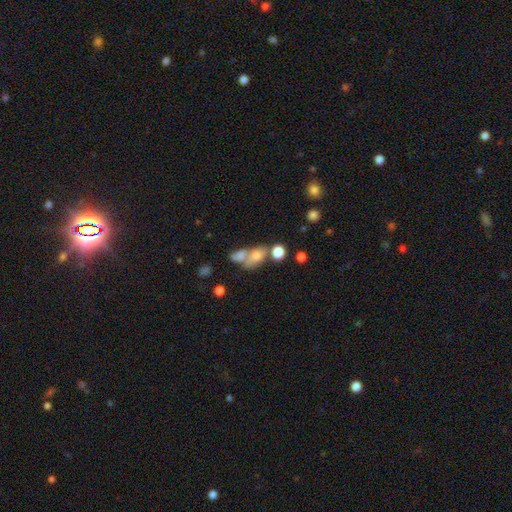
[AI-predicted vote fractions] A smooth galaxy with no disk features (61%) that is in between round and cigar-shaped (66%). Merging: merger (52%).